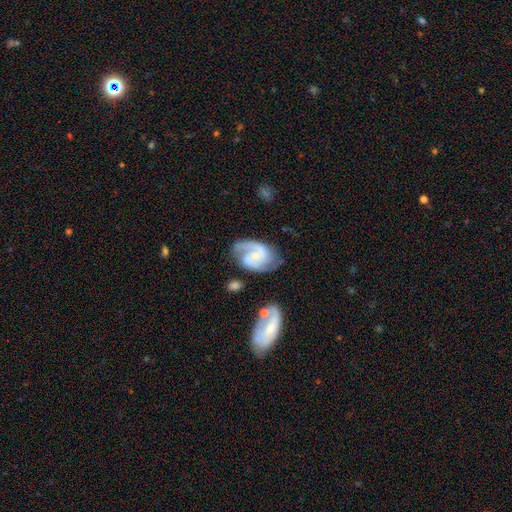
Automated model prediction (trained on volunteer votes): This is clearly a featured or disk galaxy (85%). It is clearly not viewed edge-on (97%). Bar: possibly no (48%). Spiral arm pattern: clearly yes (97%). Spiral arm count: clearly 2 (83%). Spiral winding: possibly medium (53%). Central bulge: likely small (62%). Merging: likely none (68%).